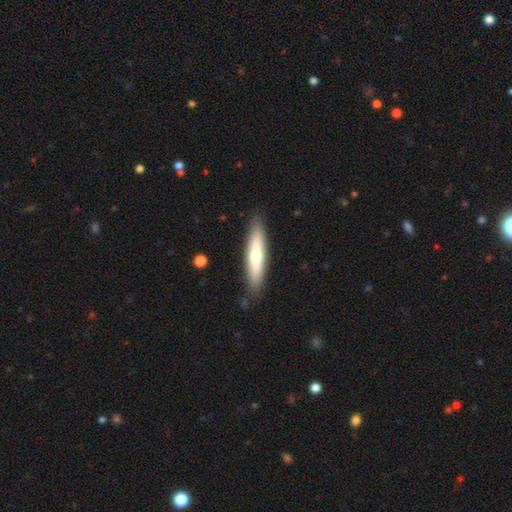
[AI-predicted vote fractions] Smooth or featured?
  - smooth: 55% *
  - featured or disk: 39%
  - star or artifact: 6%
How rounded?
  - cigar-shaped: 81% *
  - in between: 18%
  - round: 1%
Merging?
  - none: 86% *
  - minor disturbance: 10%
  - major disturbance: 2%
  - merger: 1%